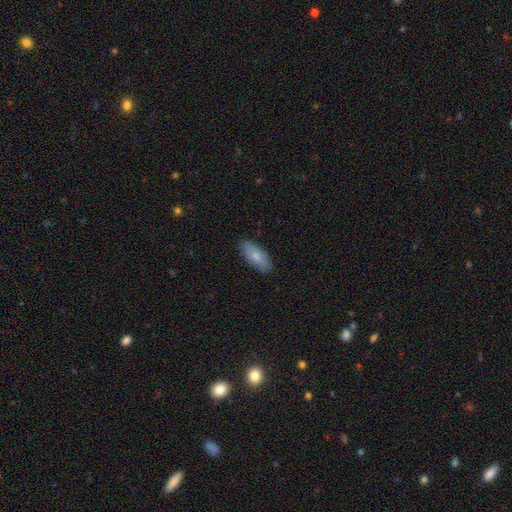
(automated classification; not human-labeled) The model was most divided on "smooth or featured": smooth: 77%, featured or disk: 17%, star or artifact: 6%. More confident: merging — none (86%); how rounded — in between (84%).